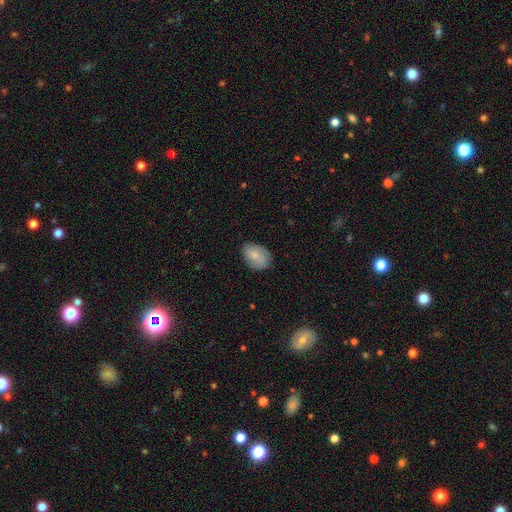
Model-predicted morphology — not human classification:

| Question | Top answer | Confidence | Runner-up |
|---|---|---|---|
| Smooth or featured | smooth | 75% | featured or disk (19%) |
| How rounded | in between | 85% | round (14%) |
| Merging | none | 77% | minor disturbance (19%) |